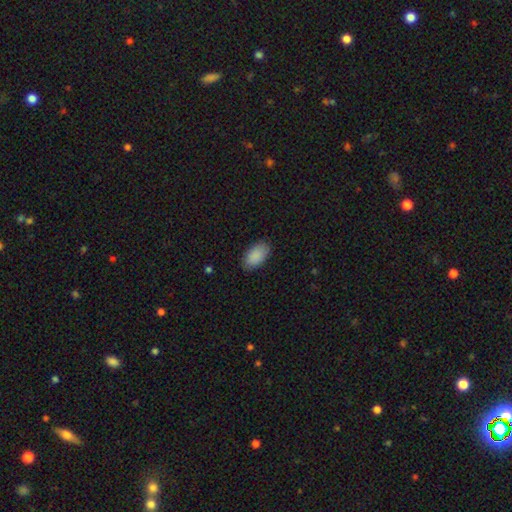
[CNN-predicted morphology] The model was most divided on "merging": none: 86%, minor disturbance: 11%, major disturbance: 2%, merger: 1%. More confident: how rounded — in between (95%); smooth or featured — smooth (90%).